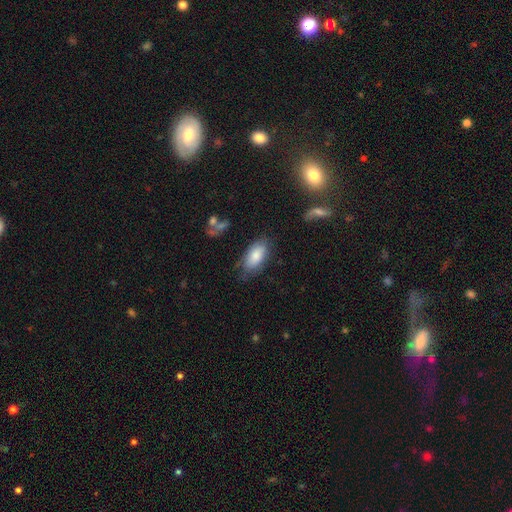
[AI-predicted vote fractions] Smooth or featured?
  - smooth: 80% *
  - featured or disk: 13%
  - star or artifact: 7%
How rounded?
  - in between: 92% *
  - cigar-shaped: 6%
  - round: 3%
Merging?
  - none: 69% *
  - minor disturbance: 22%
  - major disturbance: 6%
  - merger: 2%